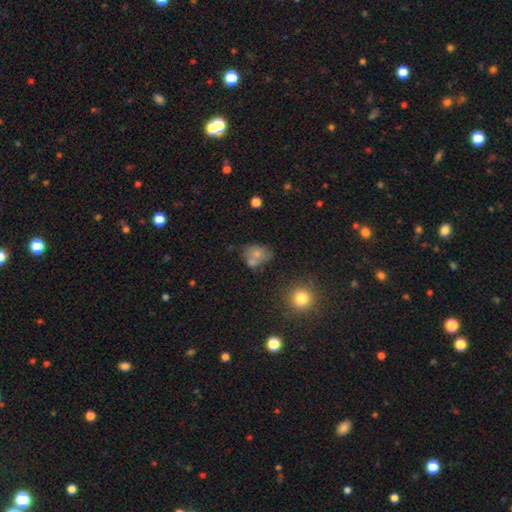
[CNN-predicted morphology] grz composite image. It shows a smooth galaxy with no disk features (71%) that is in between round and cigar-shaped (57%). Merging: none (41%).